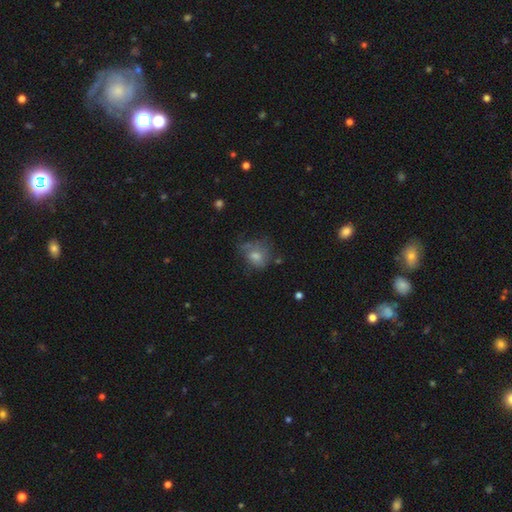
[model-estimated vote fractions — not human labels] Smooth or featured?
  - smooth: 57% *
  - featured or disk: 26%
  - star or artifact: 17%
How rounded?
  - round: 59% *
  - in between: 40%
  - cigar-shaped: 1%
Merging?
  - none: 45% *
  - minor disturbance: 29%
  - major disturbance: 23%
  - merger: 4%